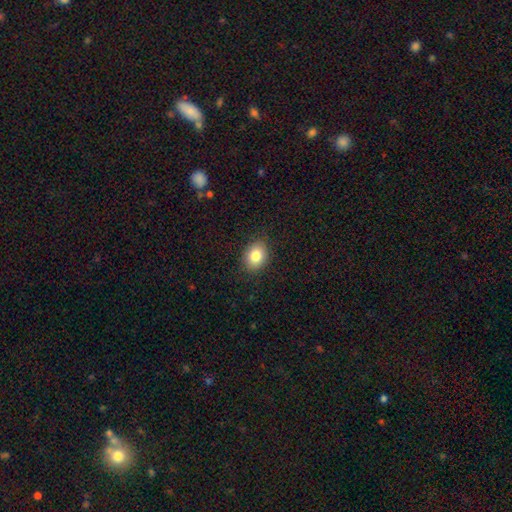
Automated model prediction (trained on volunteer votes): The model was most divided on "how rounded": in between: 64%, round: 35%, cigar-shaped: 1%. More confident: merging — none (87%); smooth or featured — smooth (83%).